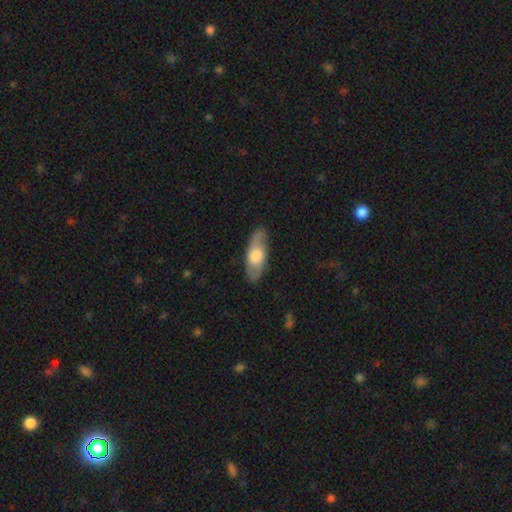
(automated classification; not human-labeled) Morphology: type=smooth (56%); roundness=in between (71%); merging=none (81%).